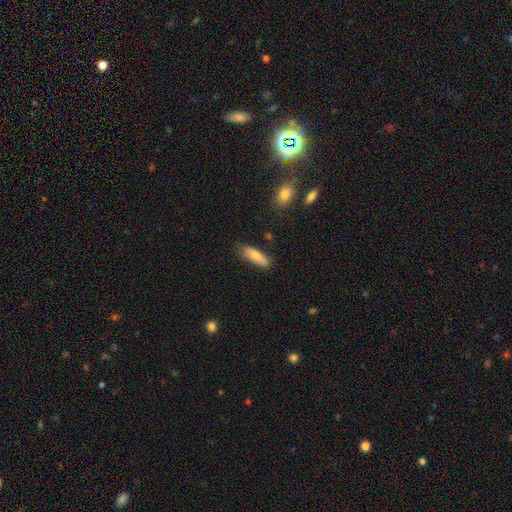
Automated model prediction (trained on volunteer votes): This is likely a smooth galaxy (78%). How rounded: possibly cigar-shaped (50%). Merging: likely none (72%).